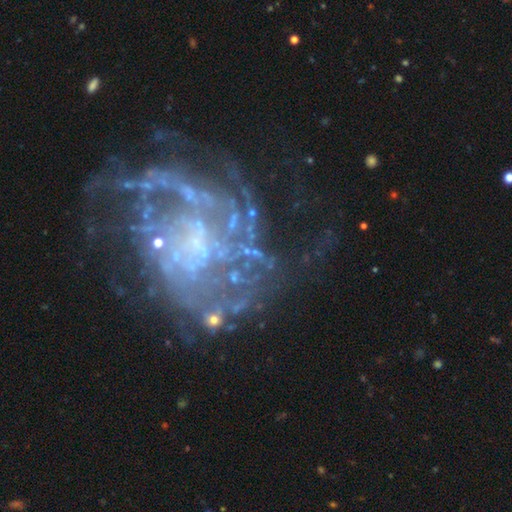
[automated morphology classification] The model was most divided on "spiral winding": tight: 39%, medium: 38%, loose: 23%. Remaining: edge-on disk — no (98%); smooth or featured — featured or disk (84%); spiral arms — yes (80%); bar — no (66%); bulge size — none (54%); merging — none (49%); spiral arm count — can't tell (38%).